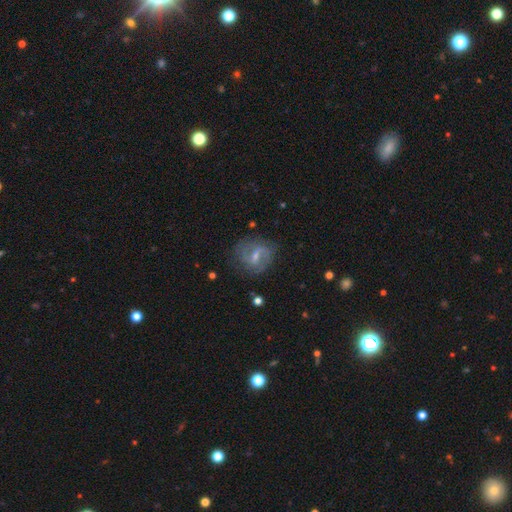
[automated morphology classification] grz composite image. It shows a featured or disk galaxy (66%) with a weak bar (55%), 2 (69%) medium (44%) spiral arms (83%) and a small central bulge (45%). Merging: none (72%).